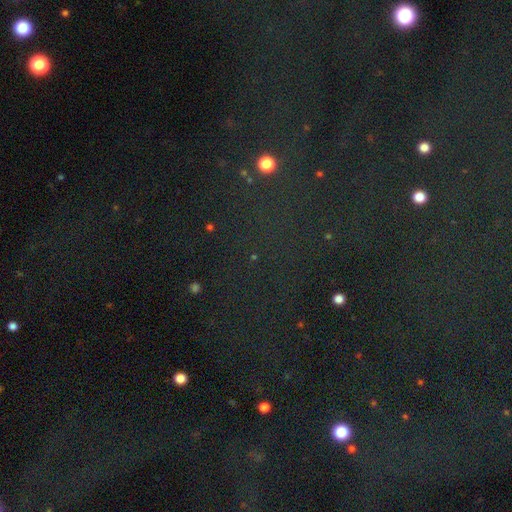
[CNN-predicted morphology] smooth_or_featured: star or artifact (p=0.81) [alt: smooth p=0.11]